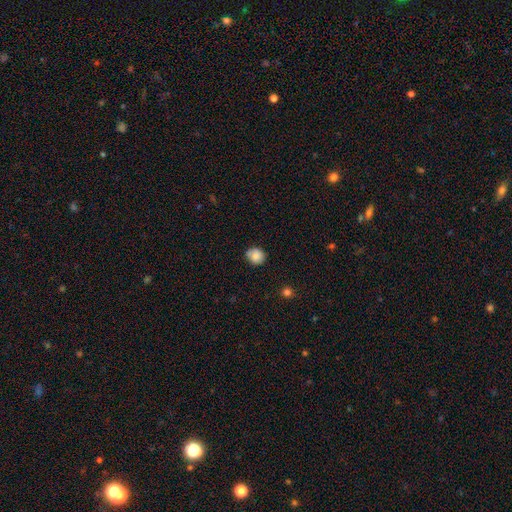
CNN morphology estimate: smooth-or-featured: smooth: 83% | star or artifact: 9% | featured or disk: 8%
  how-rounded: round: 81% | in between: 19% | cigar-shaped: 1%
  merging: none: 73% | minor disturbance: 21% | major disturbance: 3% | merger: 3%